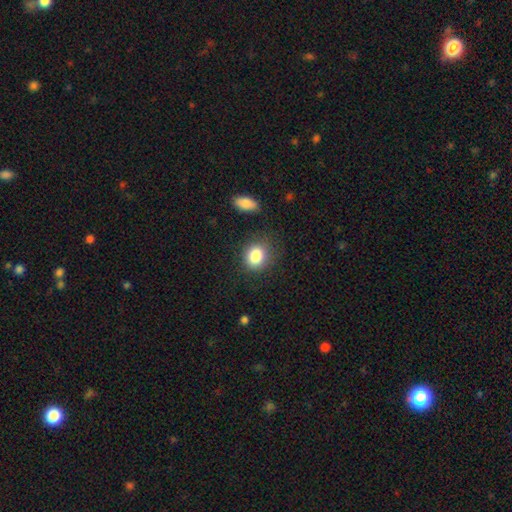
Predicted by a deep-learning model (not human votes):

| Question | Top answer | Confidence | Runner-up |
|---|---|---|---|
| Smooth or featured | smooth | 85% | star or artifact (9%) |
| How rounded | round | 63% | in between (36%) |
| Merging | none | 80% | minor disturbance (13%) |